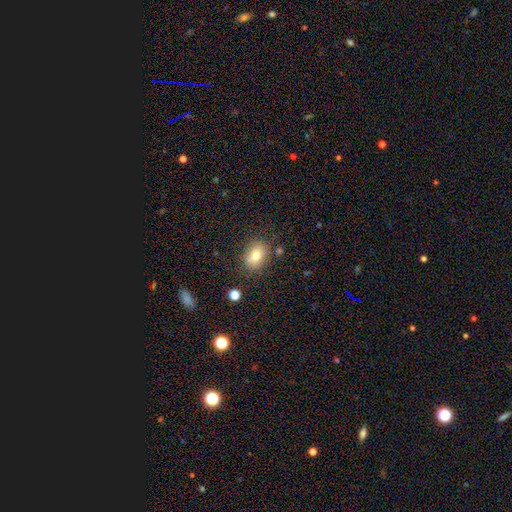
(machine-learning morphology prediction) Smooth or featured: smooth — 78% (featured or disk — 12%)
How rounded: in between — 67% (round — 32%)
Merging: none — 80% (minor disturbance — 13%)